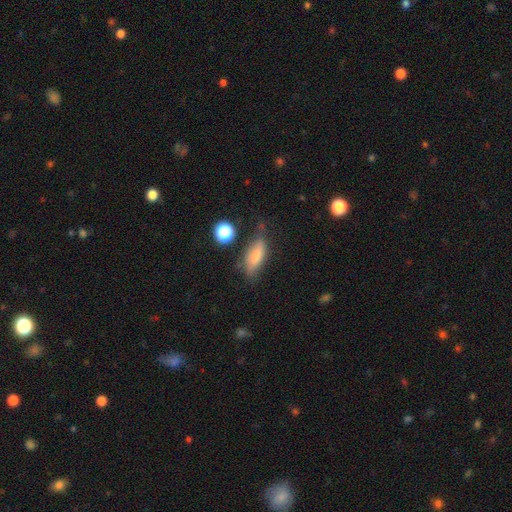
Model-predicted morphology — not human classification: type=smooth (74%); roundness=in between (72%); merging=none (61%).